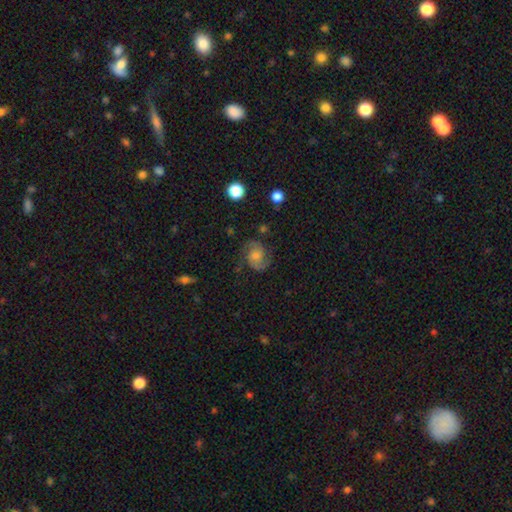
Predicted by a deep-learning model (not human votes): Smooth or featured: featured or disk — 80% (smooth — 12%)
Edge-on disk: no — 98% (yes — 2%)
Bar: no — 55% (weak — 38%)
Spiral arms: yes — 96% (no — 4%)
Spiral winding: medium — 56% (tight — 27%)
Spiral arm count: 2 — 91% (can't tell — 3%)
Bulge size: moderate — 41% (small — 31%)
Merging: none — 79% (minor disturbance — 14%)